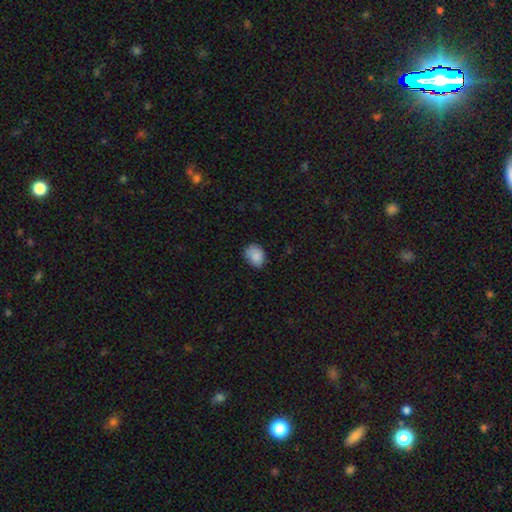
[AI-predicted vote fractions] A smooth galaxy with no disk features (86%) that is round (50%). Merging: none (74%).